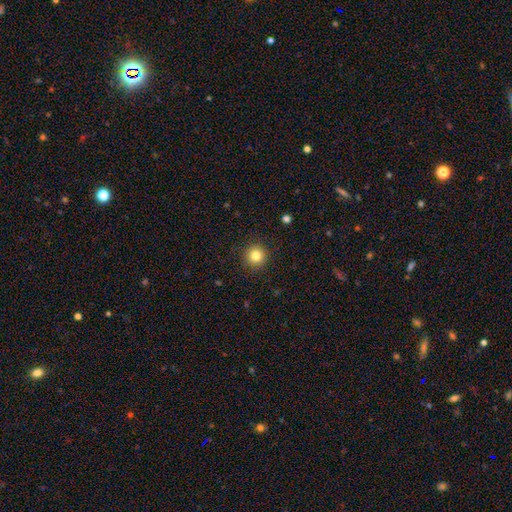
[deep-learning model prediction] A smooth galaxy with no disk features (82%) that is round (95%). Merging: none (92%).